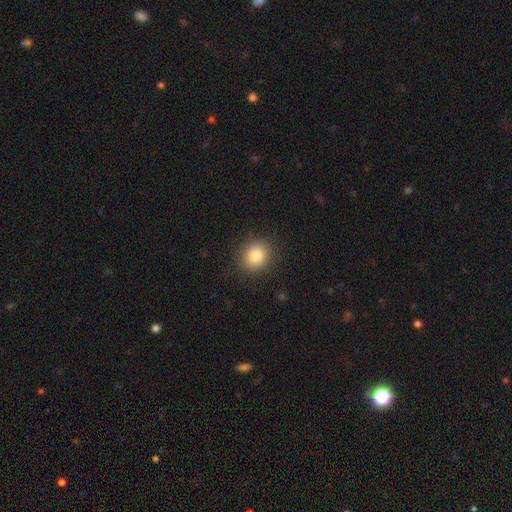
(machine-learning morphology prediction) smooth-or-featured: smooth: 82% | star or artifact: 10% | featured or disk: 7%
  how-rounded: round: 80% | in between: 19% | cigar-shaped: 1%
  merging: none: 88% | minor disturbance: 9% | major disturbance: 3% | merger: 1%